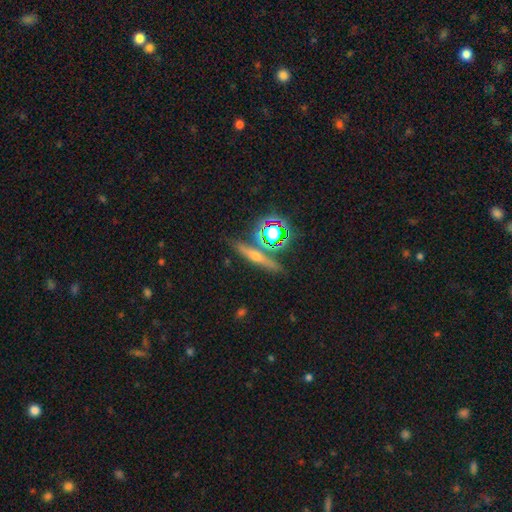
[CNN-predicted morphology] A featured or disk galaxy (43%). Merging: none (79%).